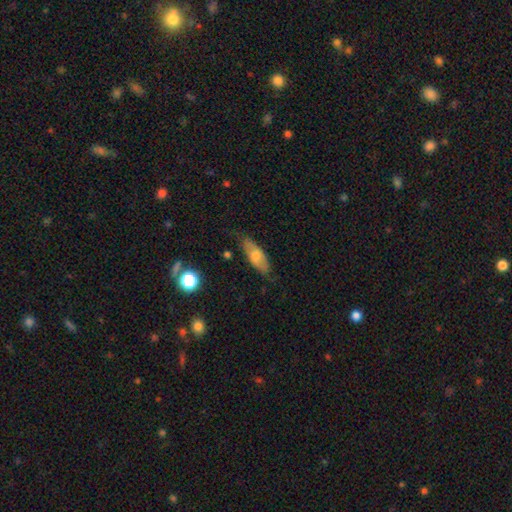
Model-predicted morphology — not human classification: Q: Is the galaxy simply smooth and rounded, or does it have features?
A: smooth — 66%.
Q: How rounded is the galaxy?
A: in between — 73%.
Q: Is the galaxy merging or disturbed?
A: none — 69%.